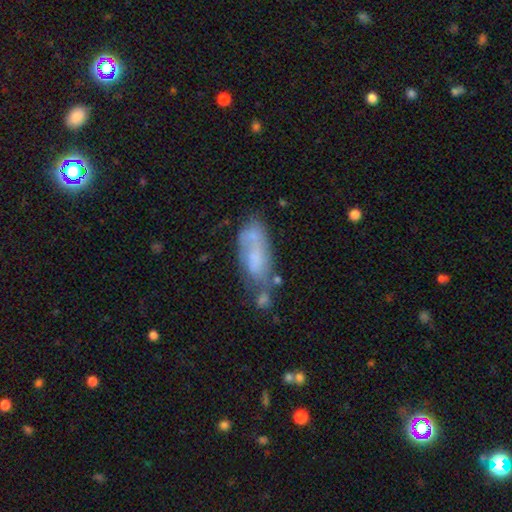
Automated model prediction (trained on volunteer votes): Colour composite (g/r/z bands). It shows a smooth galaxy with no disk features (55%) that is in between round and cigar-shaped (79%). Merging: none (36%).